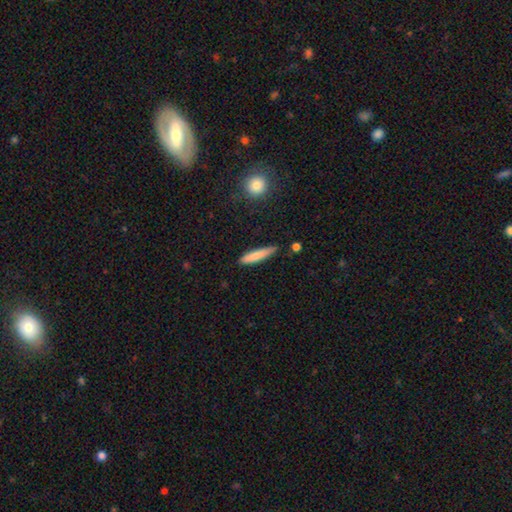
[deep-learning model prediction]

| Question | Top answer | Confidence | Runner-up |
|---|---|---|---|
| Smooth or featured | smooth | 81% | featured or disk (13%) |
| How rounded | cigar-shaped | 87% | in between (12%) |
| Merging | none | 80% | minor disturbance (15%) |